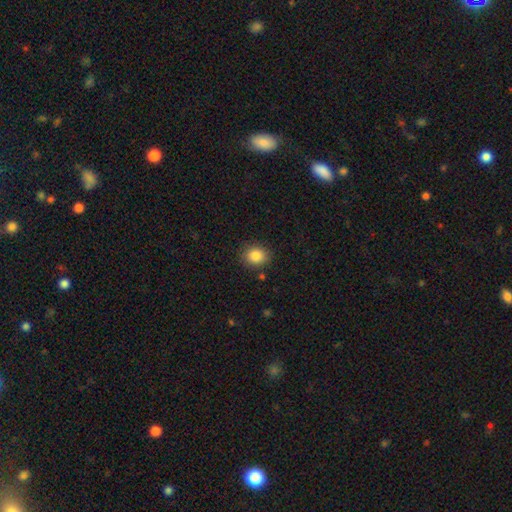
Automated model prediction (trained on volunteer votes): This appears to be a smooth galaxy with no disk features (86%) that is round (59%). Merging: none (86%).